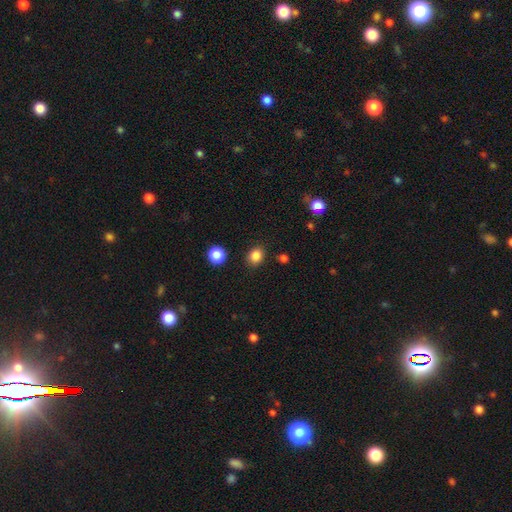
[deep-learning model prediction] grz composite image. It shows a smooth galaxy with no disk features (84%) that is round (62%). Merging: none (87%).